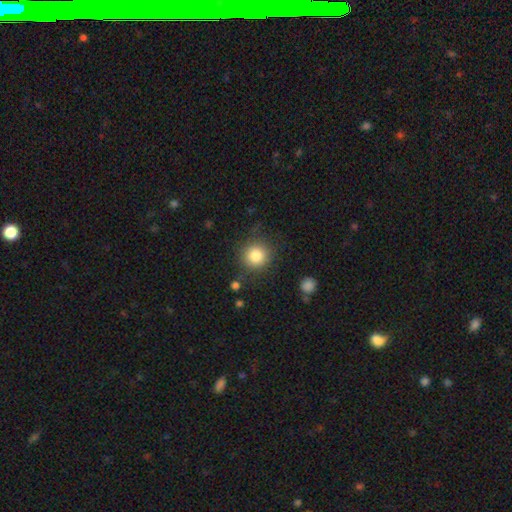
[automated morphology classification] This appears to be a smooth galaxy with no disk features (83%) that is round (92%). Merging: none (84%).